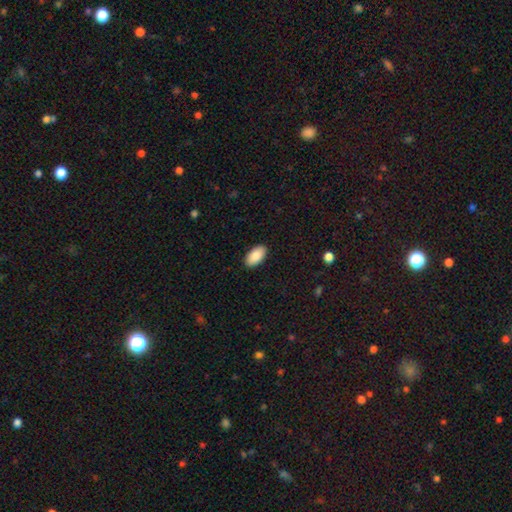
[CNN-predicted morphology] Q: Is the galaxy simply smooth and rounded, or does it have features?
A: smooth — 87%.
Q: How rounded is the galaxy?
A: in between — 96%.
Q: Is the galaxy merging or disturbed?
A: none — 90%.